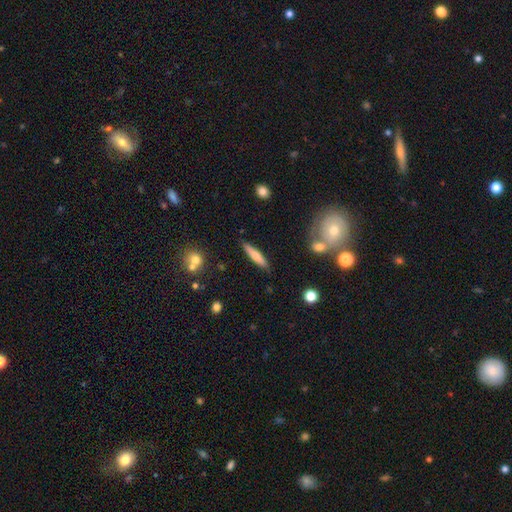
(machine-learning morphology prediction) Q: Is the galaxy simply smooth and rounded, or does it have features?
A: smooth — 60%.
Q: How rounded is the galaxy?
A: cigar-shaped — 83%.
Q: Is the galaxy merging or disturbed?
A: none — 85%.